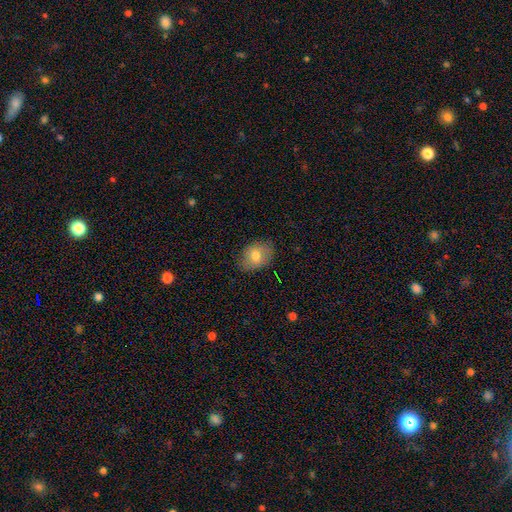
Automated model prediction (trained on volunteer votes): Overall: smooth (76%). How rounded: in between (72%). Merging: none (81%).